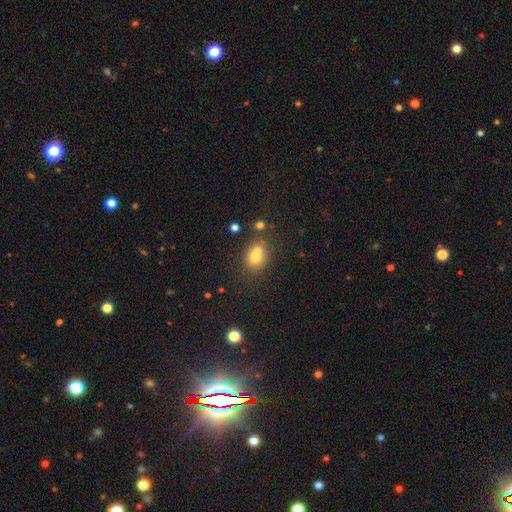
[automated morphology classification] Q: Smooth or featured?
A: smooth (71%); runner-up: featured or disk (15%)
Q: How rounded?
A: round (52%); runner-up: in between (46%)
Q: Merging?
A: none (46%); runner-up: merger (37%)